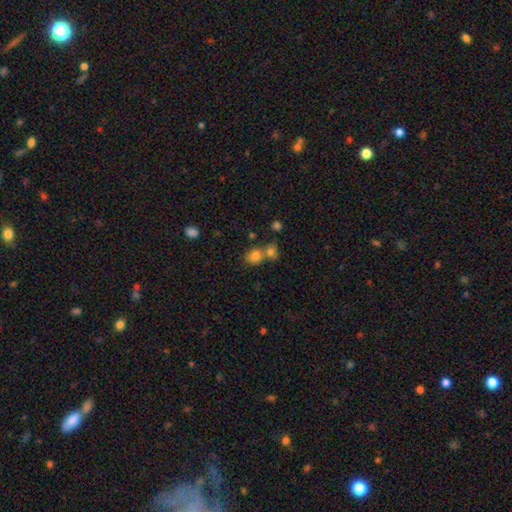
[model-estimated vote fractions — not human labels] Q: Smooth or featured?
A: smooth (79%); runner-up: star or artifact (13%)
Q: How rounded?
A: round (65%); runner-up: in between (34%)
Q: Merging?
A: none (46%); runner-up: merger (42%)